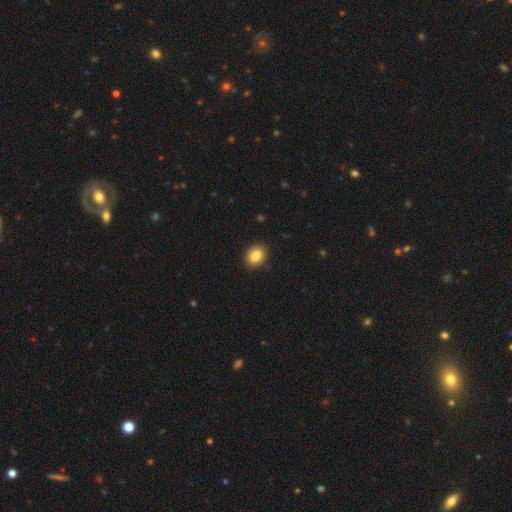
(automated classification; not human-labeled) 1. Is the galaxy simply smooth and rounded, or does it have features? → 86% smooth, 9% star or artifact, 6% featured or disk.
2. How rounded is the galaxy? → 63% in between, 36% round, 1% cigar-shaped.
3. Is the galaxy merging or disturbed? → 90% none, 7% minor disturbance, 2% major disturbance, 1% merger.